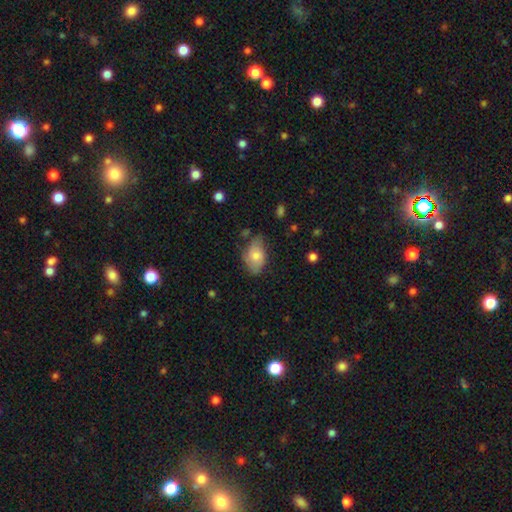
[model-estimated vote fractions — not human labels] Q: Smooth or featured?
A: smooth (66%); runner-up: featured or disk (26%)
Q: How rounded?
A: in between (87%); runner-up: round (12%)
Q: Merging?
A: none (51%); runner-up: minor disturbance (36%)